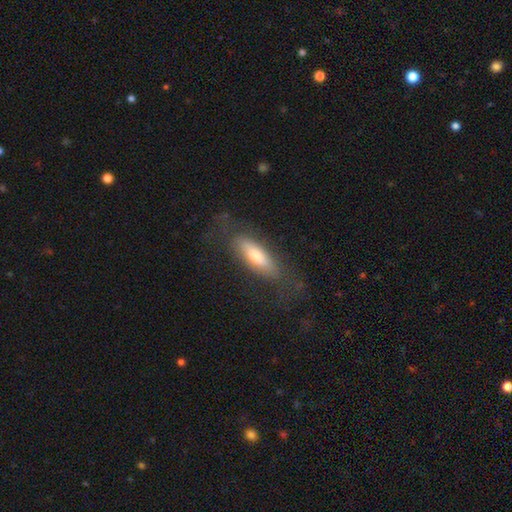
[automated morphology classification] Q: Smooth or featured?
A: smooth (57%); runner-up: featured or disk (36%)
Q: How rounded?
A: cigar-shaped (50%); runner-up: in between (48%)
Q: Merging?
A: none (70%); runner-up: minor disturbance (18%)